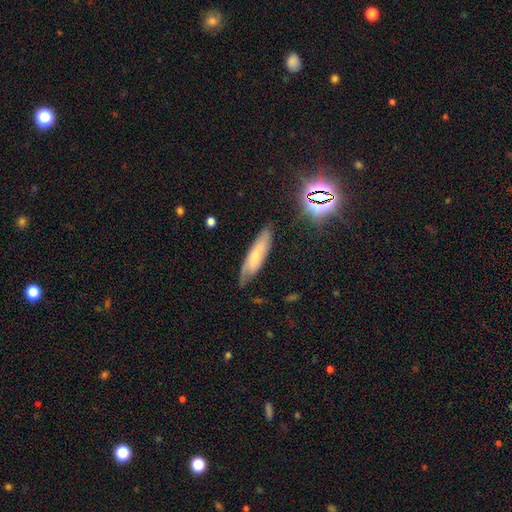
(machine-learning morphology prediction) Smooth or featured? Predicted: smooth (p=0.45). Merging? Predicted: none (p=0.69).